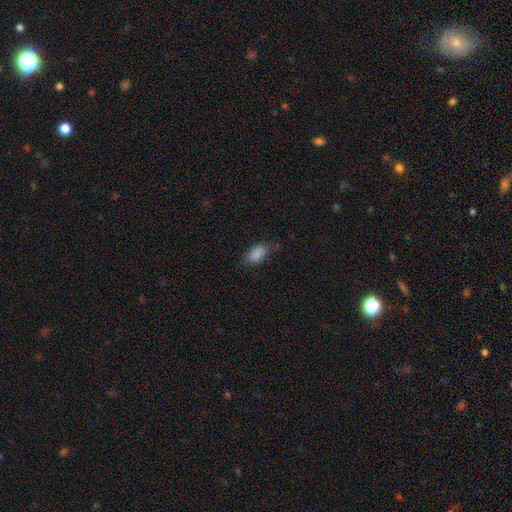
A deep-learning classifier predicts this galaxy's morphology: smooth 87%, star or artifact 9%, featured or disk 4%. Down the decision tree: how rounded — in between (91%); merging — none (76%).